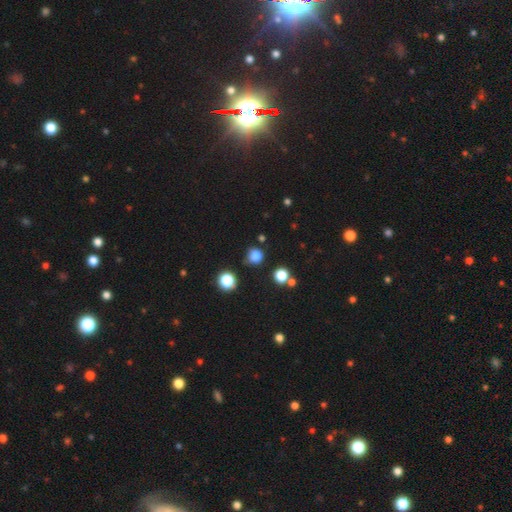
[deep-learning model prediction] Overall: smooth (78%). How rounded: round (89%). Merging: none (75%).